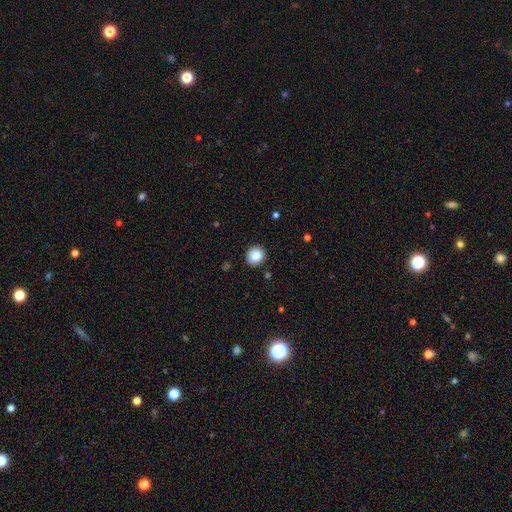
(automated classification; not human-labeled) The model was most divided on "how rounded": round: 85%, in between: 15%, cigar-shaped: 1%. More confident: merging — none (89%); smooth or featured — smooth (86%).